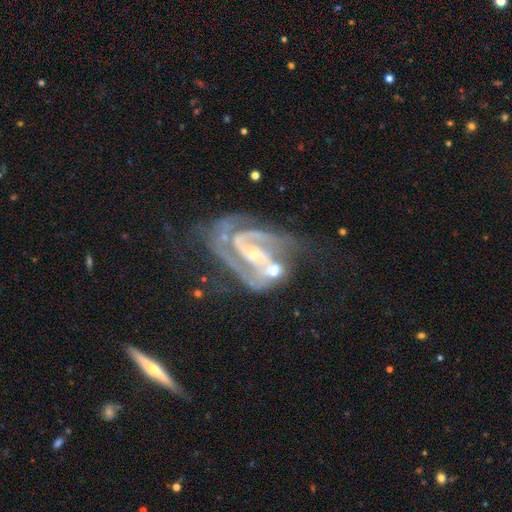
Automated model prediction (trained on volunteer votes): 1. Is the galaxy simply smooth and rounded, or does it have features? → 91% featured or disk, 5% star or artifact, 3% smooth.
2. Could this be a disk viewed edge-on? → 97% no, 3% yes.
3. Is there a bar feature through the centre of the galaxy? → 38% weak, 33% no, 29% strong.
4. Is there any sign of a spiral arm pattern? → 98% yes, 2% no.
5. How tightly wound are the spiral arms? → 49% medium, 40% tight, 11% loose.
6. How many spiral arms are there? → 77% 2, 10% 3, 6% can't tell, 3% 1, 2% 4, 2% more than 4.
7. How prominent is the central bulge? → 73% small, 21% moderate, 3% none, 1% large, 1% dominant.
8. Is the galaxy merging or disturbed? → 36% none, 25% merger, 20% major disturbance, 19% minor disturbance.